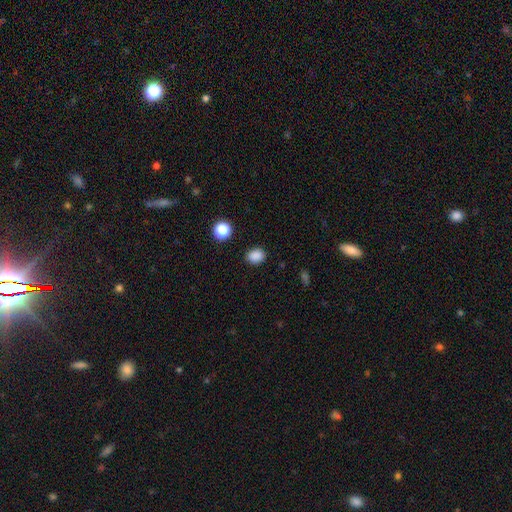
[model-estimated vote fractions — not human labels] This appears to be a smooth galaxy with no disk features (86%) that is in between round and cigar-shaped (52%). Merging: none (88%).